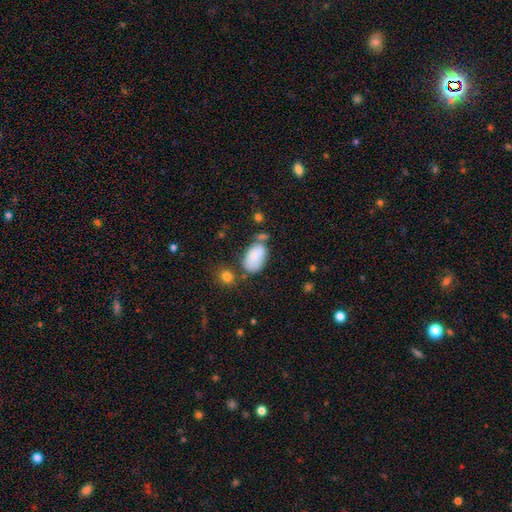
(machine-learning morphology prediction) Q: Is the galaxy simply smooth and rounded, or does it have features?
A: smooth — 81%.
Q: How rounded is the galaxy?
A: in between — 92%.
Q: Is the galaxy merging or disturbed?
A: none — 46%.